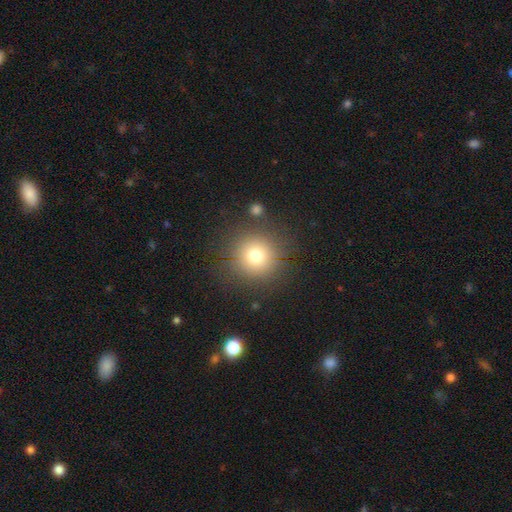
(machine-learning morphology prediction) smooth 75%, star or artifact 15%, featured or disk 10%. Down the decision tree: how rounded — round (93%); merging — none (84%).